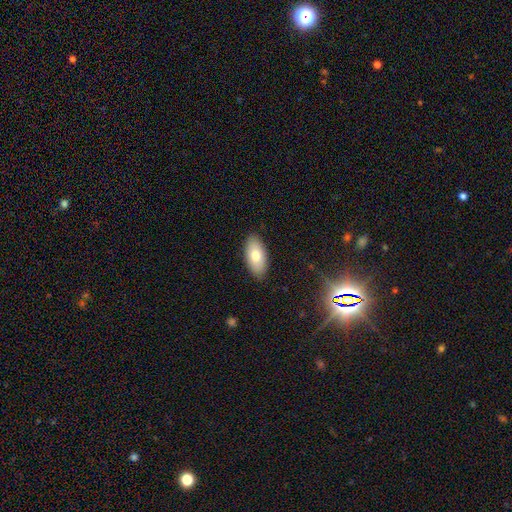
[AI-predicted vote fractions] This appears to be a smooth galaxy with no disk features (77%) that is in between round and cigar-shaped (93%). Merging: none (87%).